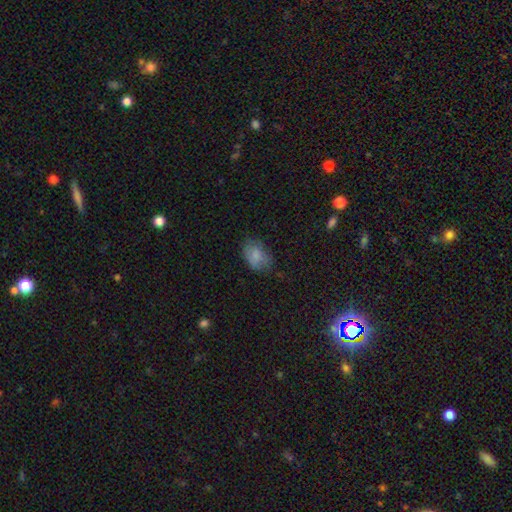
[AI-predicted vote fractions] This is likely a smooth galaxy (79%). How rounded: clearly in between (82%). Merging: likely none (62%).